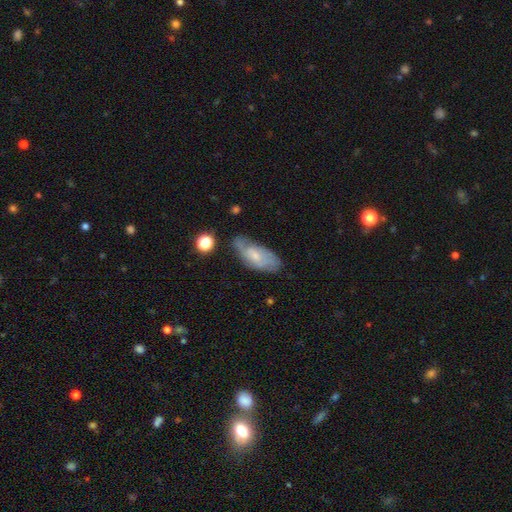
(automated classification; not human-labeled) Q: Smooth or featured?
A: featured or disk (47%); runner-up: smooth (45%)
Q: Merging?
A: none (52%); runner-up: minor disturbance (31%)